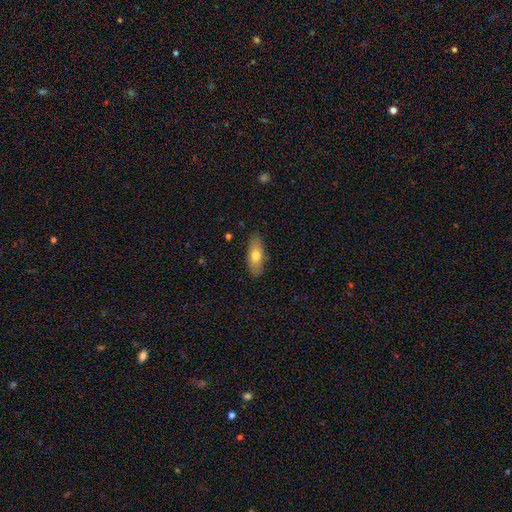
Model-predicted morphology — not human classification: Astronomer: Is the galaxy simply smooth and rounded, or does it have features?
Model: smooth — 68%.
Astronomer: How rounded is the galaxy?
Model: in between — 76%.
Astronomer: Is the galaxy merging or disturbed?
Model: none — 83%.